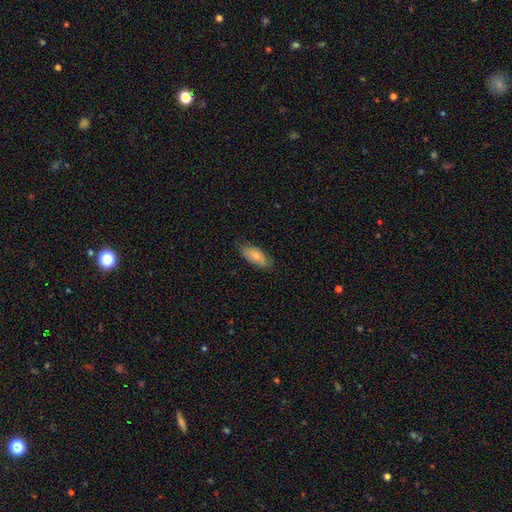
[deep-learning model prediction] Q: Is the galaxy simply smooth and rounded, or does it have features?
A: smooth — 80%.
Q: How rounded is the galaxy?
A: in between — 87%.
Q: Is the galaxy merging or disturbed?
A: none — 82%.